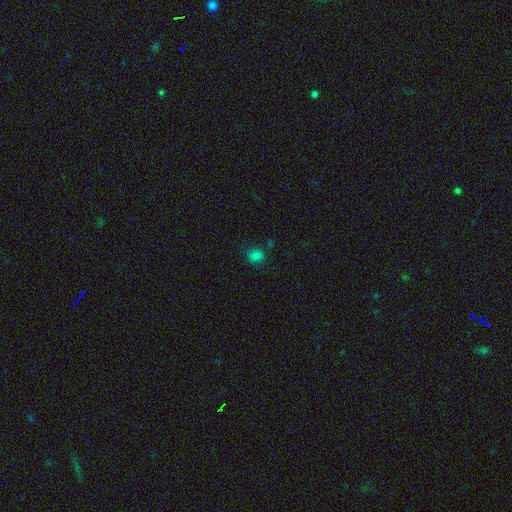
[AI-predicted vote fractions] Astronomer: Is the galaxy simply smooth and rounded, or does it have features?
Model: smooth — 78%.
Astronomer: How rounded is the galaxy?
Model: round — 70%.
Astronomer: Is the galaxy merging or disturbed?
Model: none — 73%.